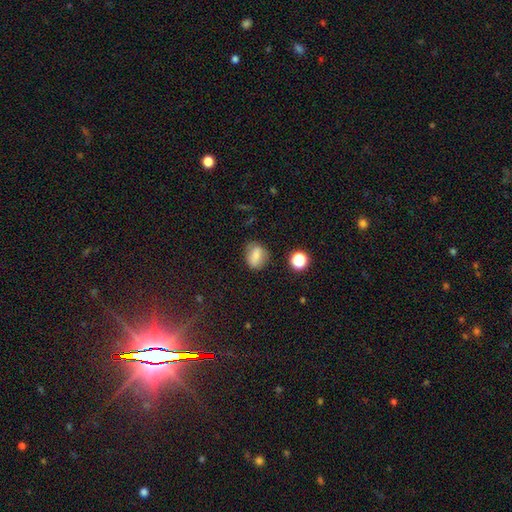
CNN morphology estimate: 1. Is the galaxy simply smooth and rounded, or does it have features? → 70% smooth, 17% featured or disk, 13% star or artifact.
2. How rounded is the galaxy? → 49% in between (tied), 49% round (tied), 2% cigar-shaped.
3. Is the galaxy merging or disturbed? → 71% none, 20% minor disturbance, 6% major disturbance, 3% merger.